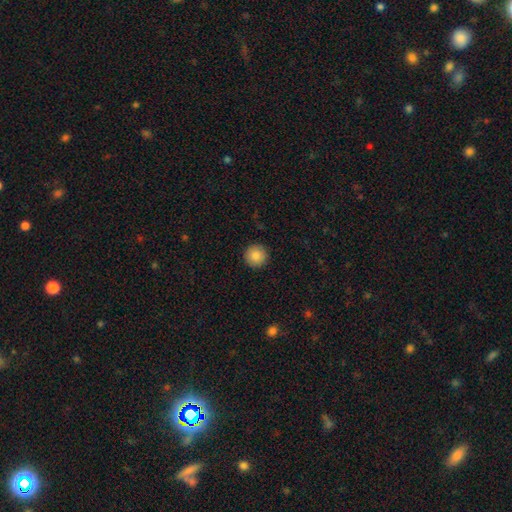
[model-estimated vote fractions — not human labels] This appears to be a smooth galaxy with no disk features (87%) that is round (96%). Merging: none (92%).